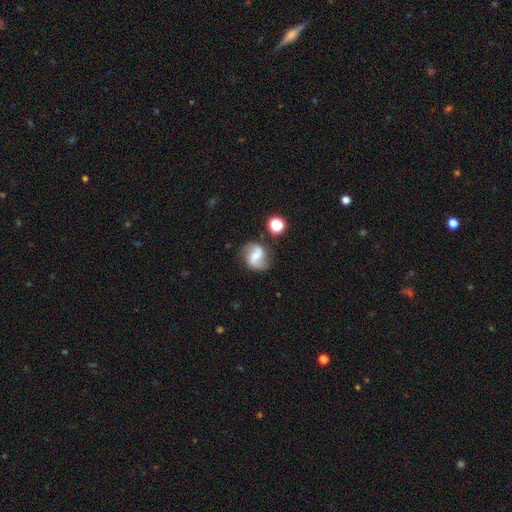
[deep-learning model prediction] smooth-or-featured: featured or disk: 69% | smooth: 22% | star or artifact: 8%
  disk-edge-on: no: 97% | yes: 3%
    bar: weak: 43% | no: 34% | strong: 23%
    has-spiral-arms: yes: 90% | no: 10%
      spiral-winding: loose: 50% | medium: 37% | tight: 13%
      spiral-arm-count: 2: 90% | can't tell: 5% | 1: 2% | 3: 1% | 4: 1% | more than 4: 1%
    bulge-size: moderate: 53% | small: 40% | large: 3% | none: 3% | dominant: 1%
  merging: none: 76% | minor disturbance: 13% | merger: 6% | major disturbance: 4%